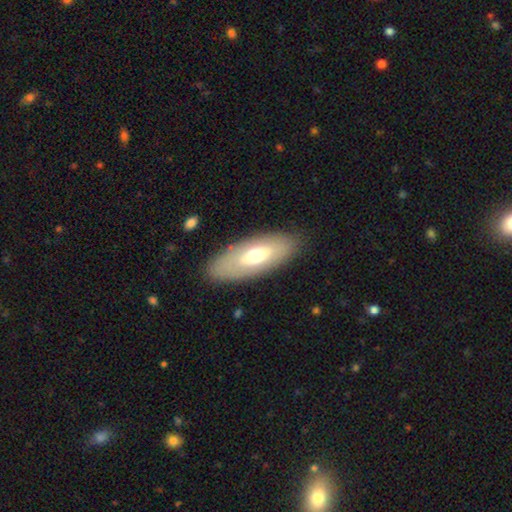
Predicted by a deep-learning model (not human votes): smooth-or-featured: smooth: 55% | featured or disk: 39% | star or artifact: 6%
  how-rounded: in between: 79% | cigar-shaped: 18% | round: 2%
  merging: none: 85% | minor disturbance: 10% | major disturbance: 3% | merger: 1%